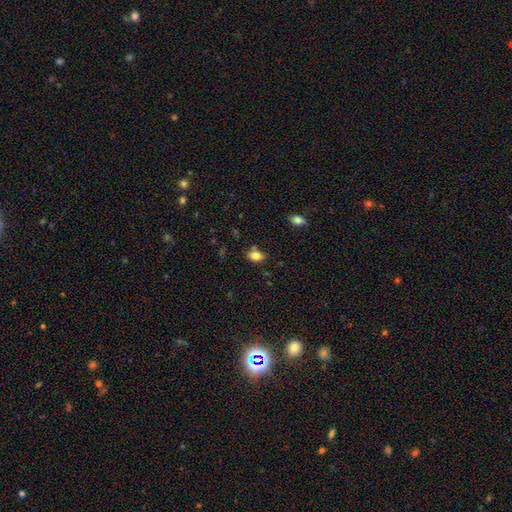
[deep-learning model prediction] This is clearly a smooth galaxy (81%). How rounded: likely in between (75%). Merging: likely none (71%).